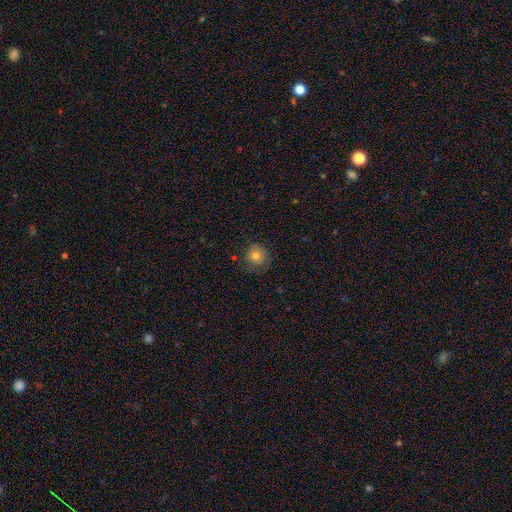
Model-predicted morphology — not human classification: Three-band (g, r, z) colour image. It shows a smooth galaxy with no disk features (78%) that is round (91%). Merging: none (80%).